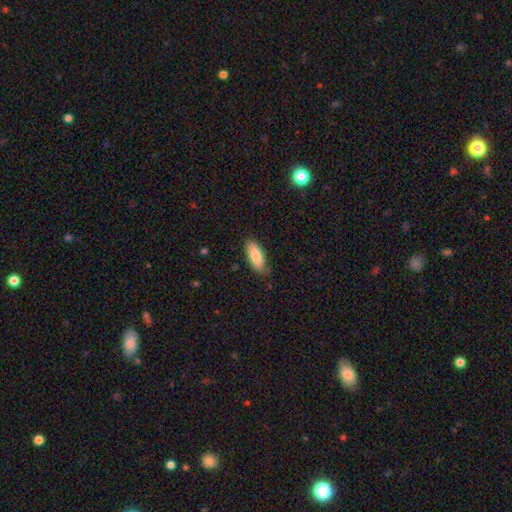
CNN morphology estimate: A smooth galaxy with no disk features (83%) that is in between round and cigar-shaped (76%).

Vote fractions:
- Smooth or featured? smooth: 83% / featured or disk: 11% / star or artifact: 6%
- How rounded? in between: 76% / cigar-shaped: 23% / round: 2%
- Merging? none: 80% / minor disturbance: 16% / major disturbance: 3% / merger: 1%